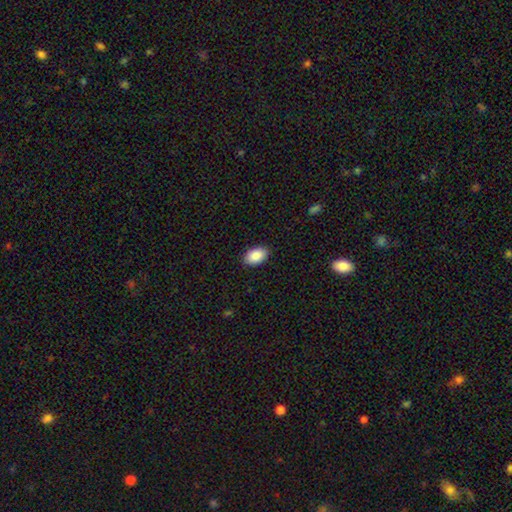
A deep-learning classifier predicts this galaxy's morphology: smooth 89%, star or artifact 7%, featured or disk 5%. Down the decision tree: how rounded — in between (91%); merging — none (89%).